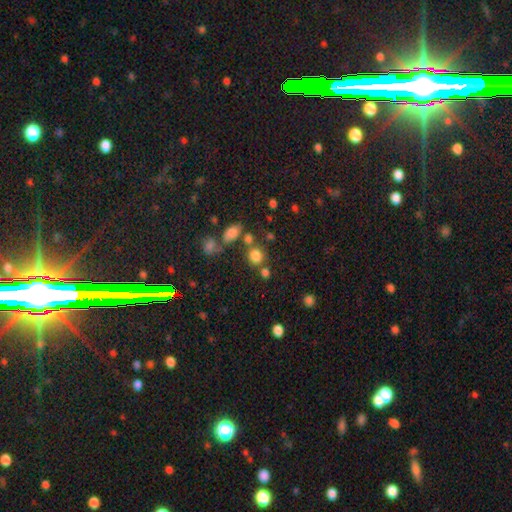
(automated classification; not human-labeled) Smooth or featured? Predicted: smooth (p=0.78). How rounded? Predicted: round (p=0.75). Merging? Predicted: none (p=0.63).